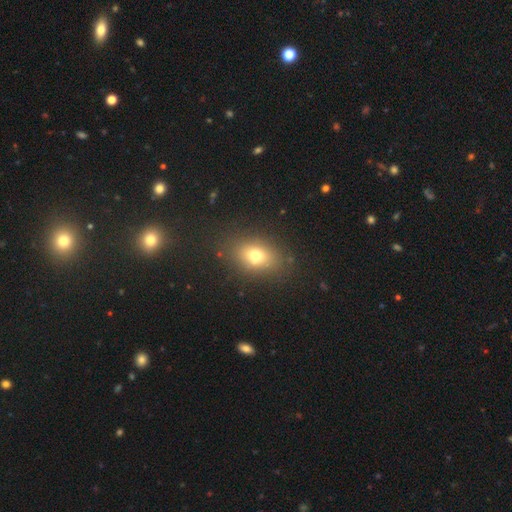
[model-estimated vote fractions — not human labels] smooth 73%, star or artifact 14%, featured or disk 13%. Down the decision tree: how rounded — in between (72%); merging — none (81%).